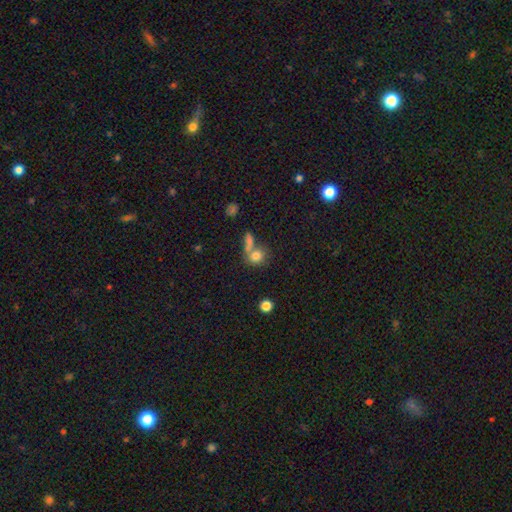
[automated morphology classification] Smooth or featured?
  - smooth: 78% *
  - star or artifact: 12%
  - featured or disk: 10%
How rounded?
  - round: 65% *
  - in between: 32%
  - cigar-shaped: 3%
Merging?
  - none: 45% *
  - merger: 39%
  - minor disturbance: 10%
  - major disturbance: 6%